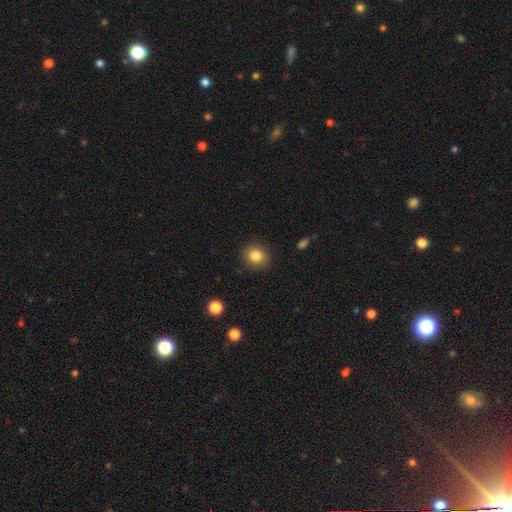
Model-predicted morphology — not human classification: smooth 83%, star or artifact 10%, featured or disk 6%. Down the decision tree: how rounded — round (84%); merging — none (90%).